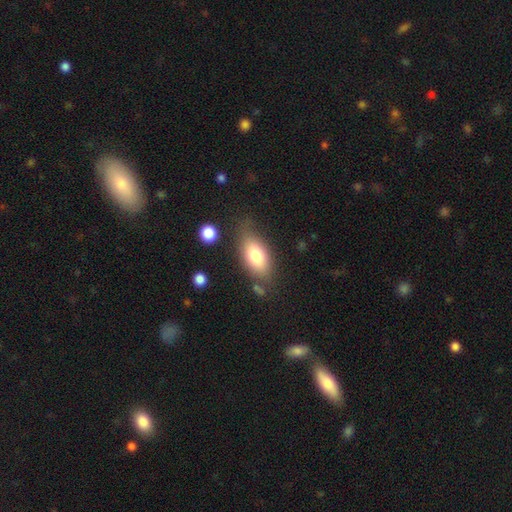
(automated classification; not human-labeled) The model was most divided on "merging": none: 69%, minor disturbance: 20%, major disturbance: 7%, merger: 5%. More confident: how rounded — in between (88%); smooth or featured — smooth (77%).